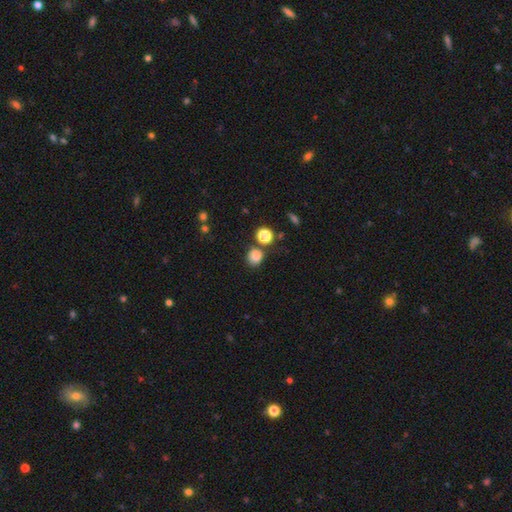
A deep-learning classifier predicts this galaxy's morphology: Q: Smooth or featured?
A: smooth (82%); runner-up: star or artifact (13%)
Q: How rounded?
A: round (79%); runner-up: in between (20%)
Q: Merging?
A: none (75%); runner-up: minor disturbance (12%)